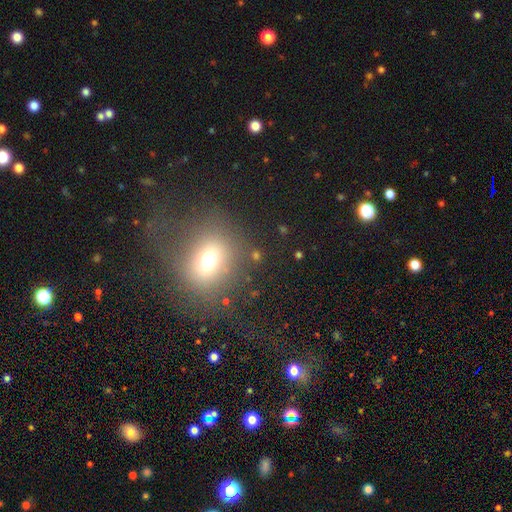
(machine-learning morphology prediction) Q: Smooth or featured?
A: smooth (61%); runner-up: star or artifact (25%)
Q: How rounded?
A: round (67%); runner-up: in between (31%)
Q: Merging?
A: none (66%); runner-up: major disturbance (14%)